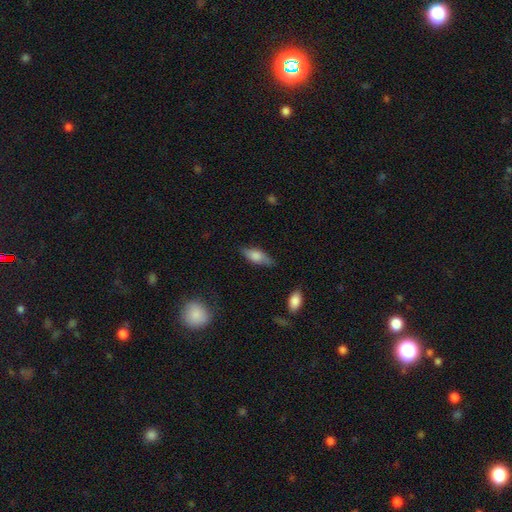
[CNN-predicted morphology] Overall: smooth (70%). How rounded: in between (73%). Merging: none (78%).